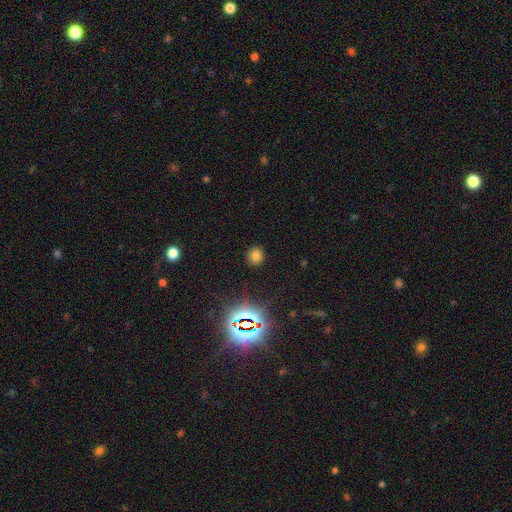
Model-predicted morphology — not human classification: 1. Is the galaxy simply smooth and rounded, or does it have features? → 72% smooth, 22% star or artifact, 6% featured or disk.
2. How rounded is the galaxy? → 77% round, 22% in between, 1% cigar-shaped.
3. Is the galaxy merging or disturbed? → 88% none, 7% minor disturbance, 3% major disturbance, 2% merger.